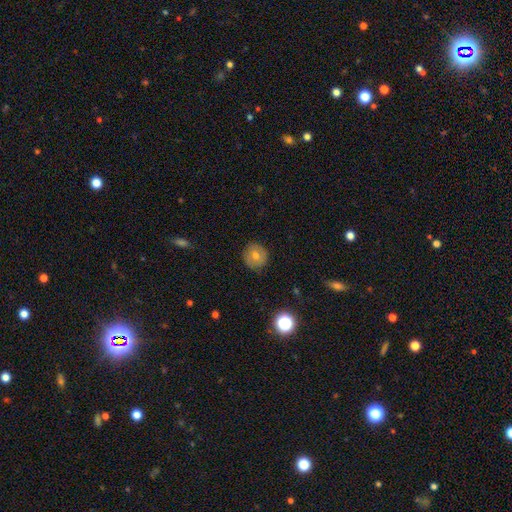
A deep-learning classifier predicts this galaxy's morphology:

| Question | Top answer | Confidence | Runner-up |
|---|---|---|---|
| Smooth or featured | smooth | 59% | featured or disk (28%) |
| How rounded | round | 92% | in between (7%) |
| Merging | none | 86% | minor disturbance (11%) |